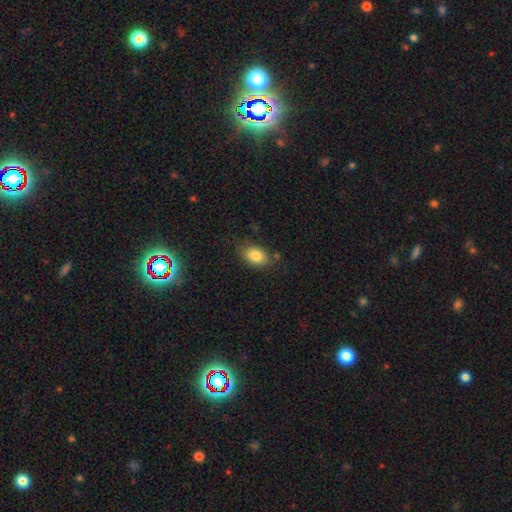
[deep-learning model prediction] Morphology: type=smooth (83%); roundness=in between (84%); merging=none (76%).